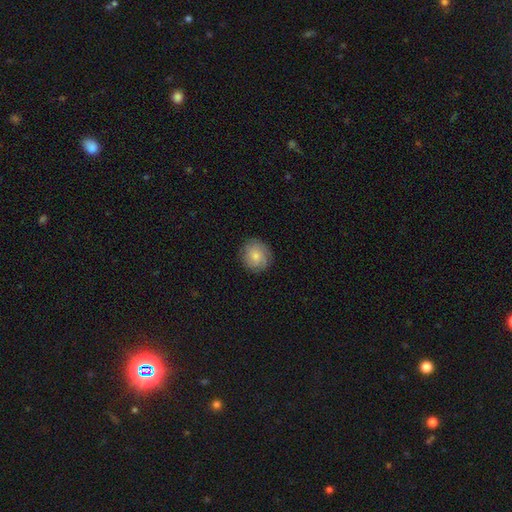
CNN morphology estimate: Q: Smooth or featured?
A: smooth (70%); runner-up: featured or disk (23%)
Q: How rounded?
A: round (89%); runner-up: in between (10%)
Q: Merging?
A: none (85%); runner-up: minor disturbance (11%)